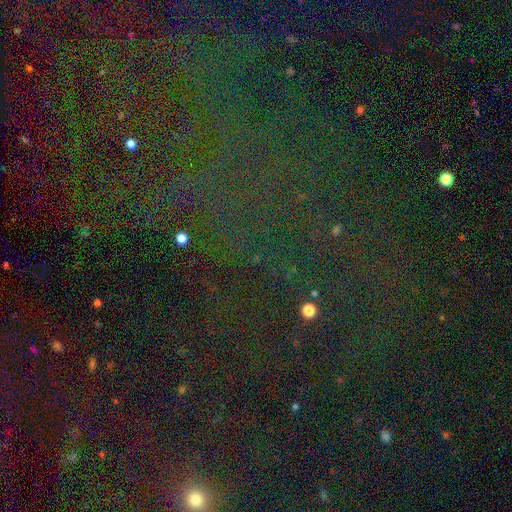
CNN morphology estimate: Smooth or featured? star or artifact (79%)